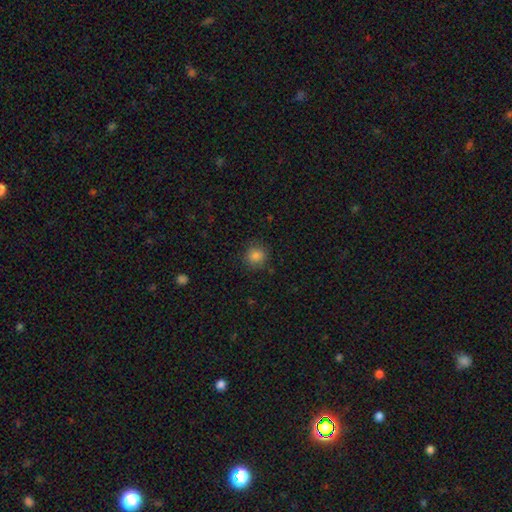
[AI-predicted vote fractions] Morphology: type=smooth (84%); roundness=round (91%); merging=none (87%).